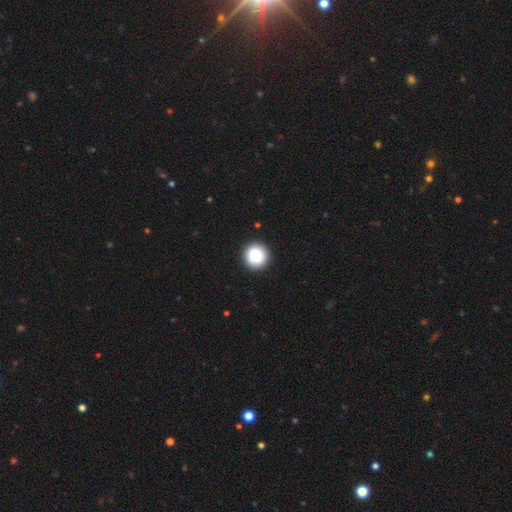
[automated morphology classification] A smooth galaxy with no disk features (87%) that is round (96%).

Vote fractions:
- Smooth or featured? smooth: 87% / star or artifact: 8% / featured or disk: 5%
- How rounded? round: 96% / in between: 3% / cigar-shaped: 1%
- Merging? none: 92% / minor disturbance: 6% / major disturbance: 2% / merger: 1%